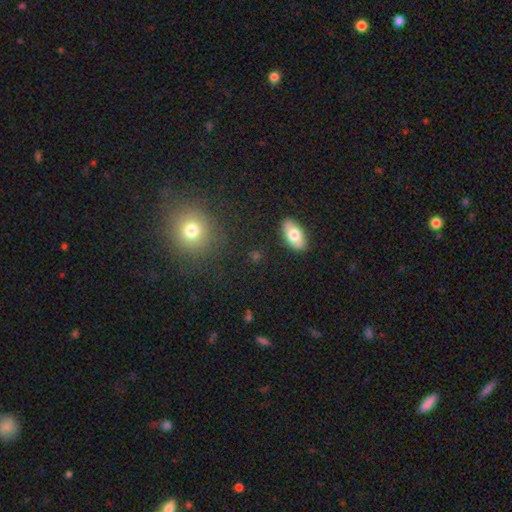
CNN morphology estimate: Smooth or featured? Predicted: smooth (p=0.68). How rounded? Predicted: in between (p=0.69). Merging? Predicted: none (p=0.86).